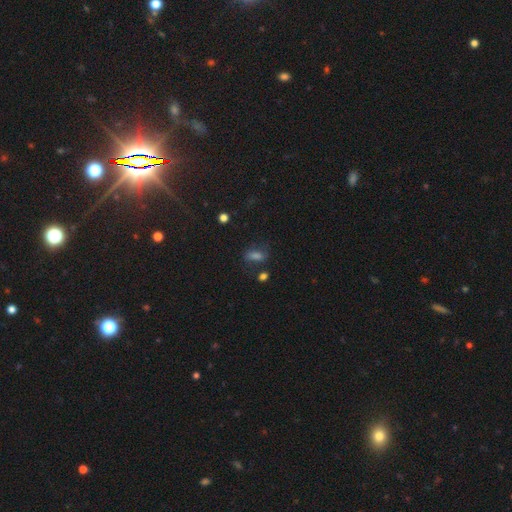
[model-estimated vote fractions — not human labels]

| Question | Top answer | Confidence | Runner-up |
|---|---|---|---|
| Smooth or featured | smooth | 70% | star or artifact (16%) |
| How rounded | in between | 77% | cigar-shaped (13%) |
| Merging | none | 57% | minor disturbance (22%) |